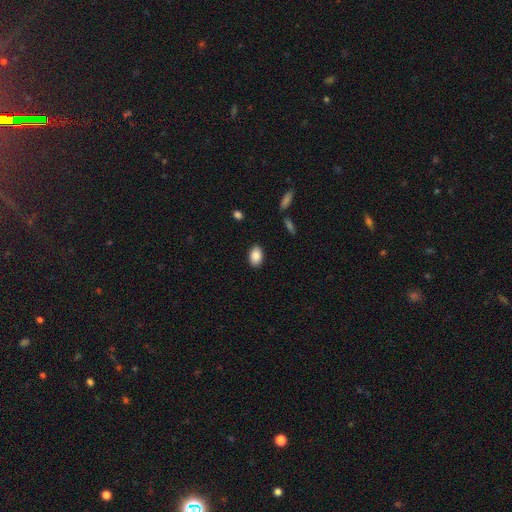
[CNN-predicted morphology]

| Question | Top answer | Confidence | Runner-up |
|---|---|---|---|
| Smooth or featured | smooth | 88% | star or artifact (7%) |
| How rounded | in between | 89% | round (9%) |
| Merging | none | 88% | minor disturbance (9%) |